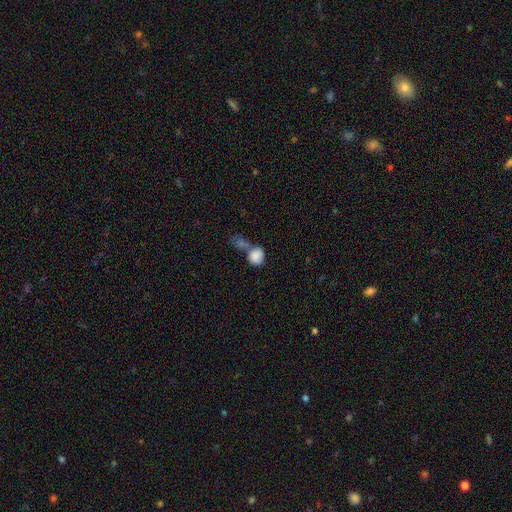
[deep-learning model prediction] smooth 84%, featured or disk 9%, star or artifact 8%. Down the decision tree: how rounded — round (71%); merging — merger (56%).